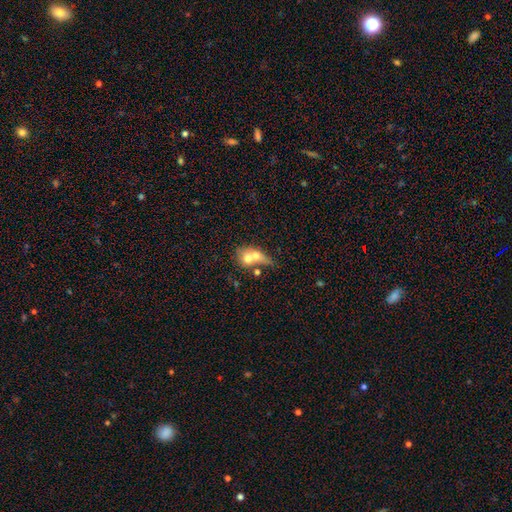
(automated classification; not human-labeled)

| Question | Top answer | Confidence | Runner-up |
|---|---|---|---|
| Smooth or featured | smooth | 62% | featured or disk (29%) |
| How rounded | round | 48% | in between (47%) |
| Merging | merger | 66% | none (19%) |